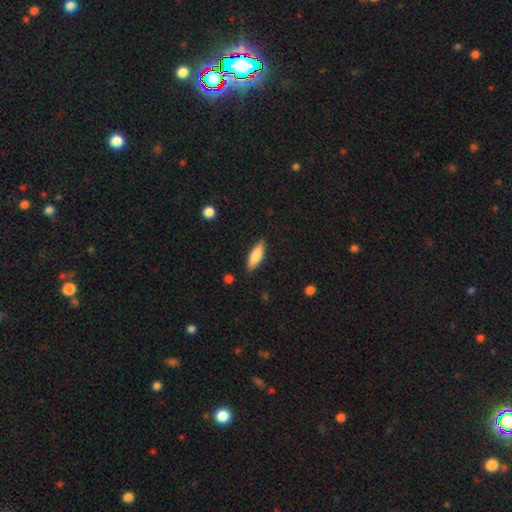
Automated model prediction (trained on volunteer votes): smooth_or_featured: smooth (p=0.78) [alt: featured or disk p=0.16]
how_rounded: in between (p=0.53) [alt: cigar-shaped p=0.45]
merging: none (p=0.86) [alt: minor disturbance p=0.11]